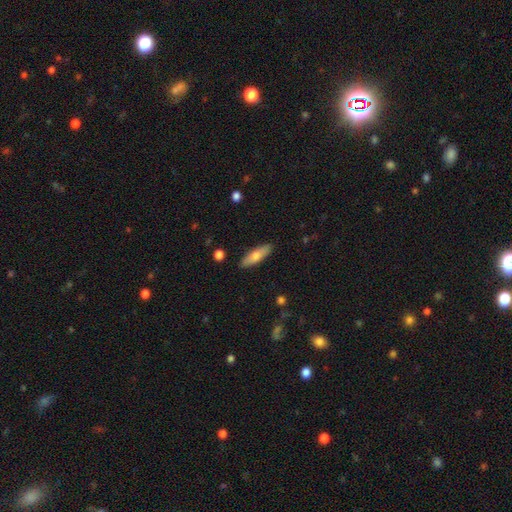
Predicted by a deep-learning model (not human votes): Smooth or featured? Predicted: smooth (p=0.67). How rounded? Predicted: cigar-shaped (p=0.52). Merging? Predicted: none (p=0.89).